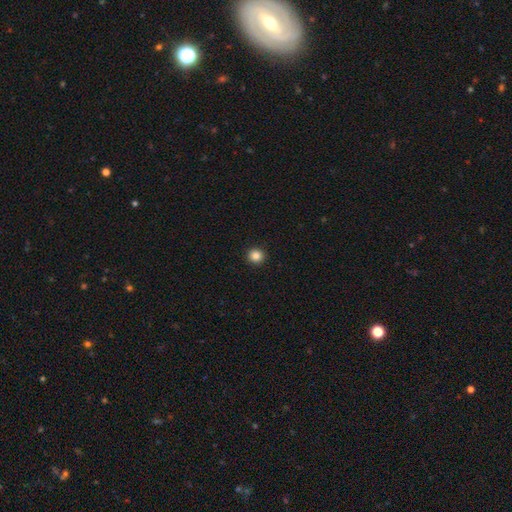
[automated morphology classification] Smooth or featured: smooth — 86% (star or artifact — 11%)
How rounded: round — 94% (in between — 5%)
Merging: none — 94% (minor disturbance — 4%)